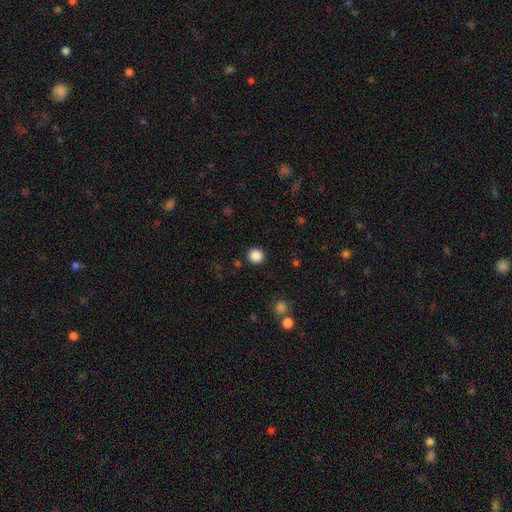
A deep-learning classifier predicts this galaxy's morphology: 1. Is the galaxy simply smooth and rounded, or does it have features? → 86% smooth, 10% star or artifact, 3% featured or disk.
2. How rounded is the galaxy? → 91% round, 8% in between, 1% cigar-shaped.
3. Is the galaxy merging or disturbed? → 91% none, 5% minor disturbance, 2% major disturbance, 2% merger.